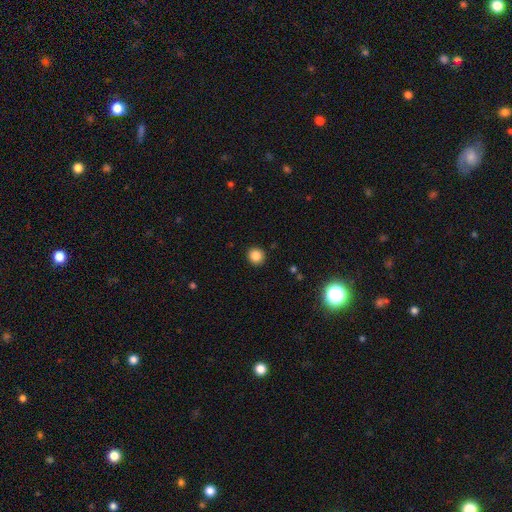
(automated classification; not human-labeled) Smooth or featured: smooth — 85% (star or artifact — 11%)
How rounded: round — 92% (in between — 7%)
Merging: none — 92% (minor disturbance — 5%)